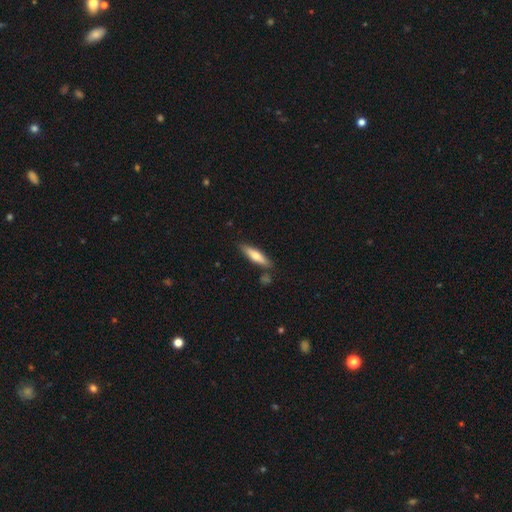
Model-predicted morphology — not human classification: This appears to be a smooth galaxy with no disk features (62%) that is cigar-shaped (74%). Merging: none (81%).